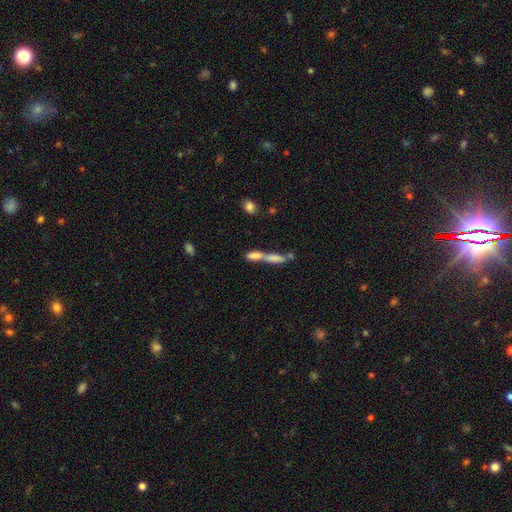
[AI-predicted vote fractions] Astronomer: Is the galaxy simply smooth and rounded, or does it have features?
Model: smooth — 70%.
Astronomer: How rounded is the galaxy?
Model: cigar-shaped — 56% (runner-up: in between, 40%).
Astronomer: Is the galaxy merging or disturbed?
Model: merger — 68%.